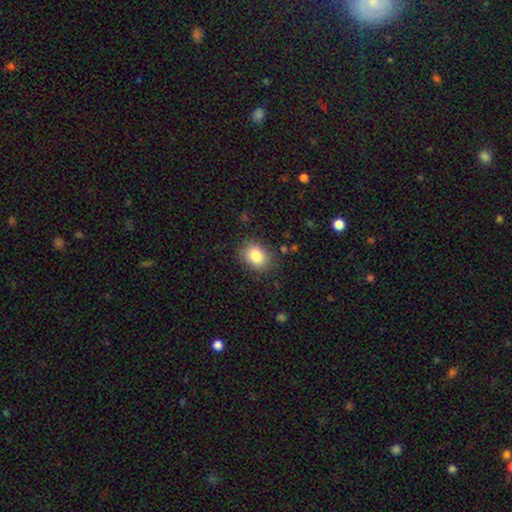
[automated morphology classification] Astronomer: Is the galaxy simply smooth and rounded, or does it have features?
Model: smooth — 83%.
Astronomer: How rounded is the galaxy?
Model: in between — 56% (runner-up: round, 43%).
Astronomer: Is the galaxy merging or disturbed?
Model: none — 83%.